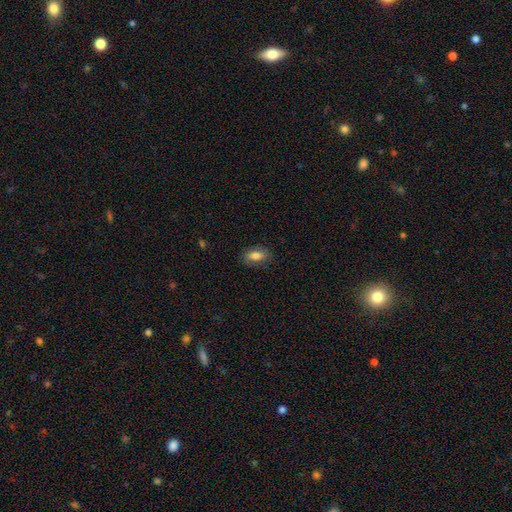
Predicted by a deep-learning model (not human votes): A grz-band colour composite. It shows a smooth galaxy with no disk features (76%) that is in between round and cigar-shaped (88%). Merging: none (80%).